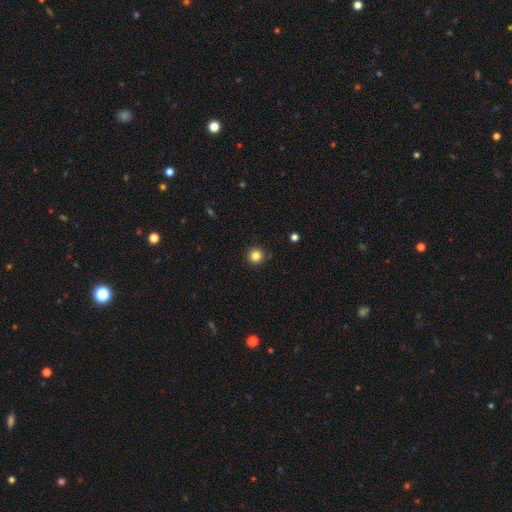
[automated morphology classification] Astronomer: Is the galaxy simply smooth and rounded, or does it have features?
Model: smooth — 84%.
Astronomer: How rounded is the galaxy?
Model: round — 95%.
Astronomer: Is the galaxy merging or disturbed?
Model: none — 92%.